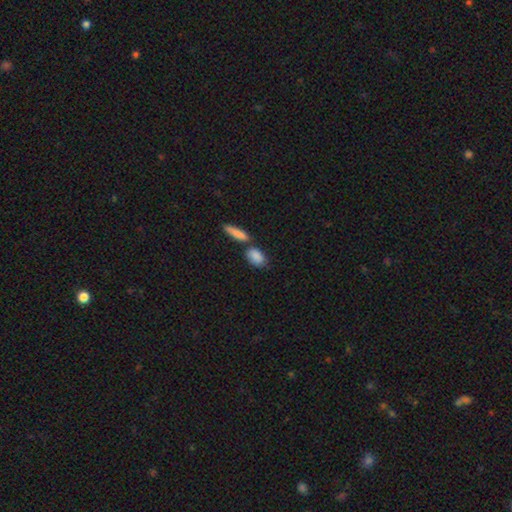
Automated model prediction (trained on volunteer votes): This is clearly a smooth galaxy (86%). How rounded: clearly in between (83%). Merging: possibly none (58%).